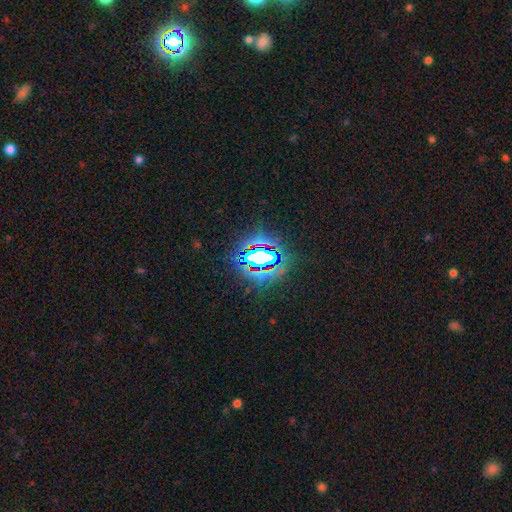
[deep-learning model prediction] Smooth or featured? star or artifact (70%)